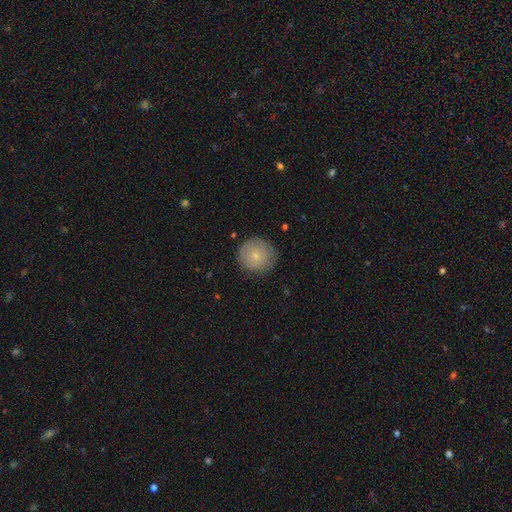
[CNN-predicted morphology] smooth-or-featured: smooth: 69% | featured or disk: 23% | star or artifact: 7%
  how-rounded: round: 94% | in between: 5% | cigar-shaped: 1%
  merging: none: 81% | minor disturbance: 14% | major disturbance: 4% | merger: 1%